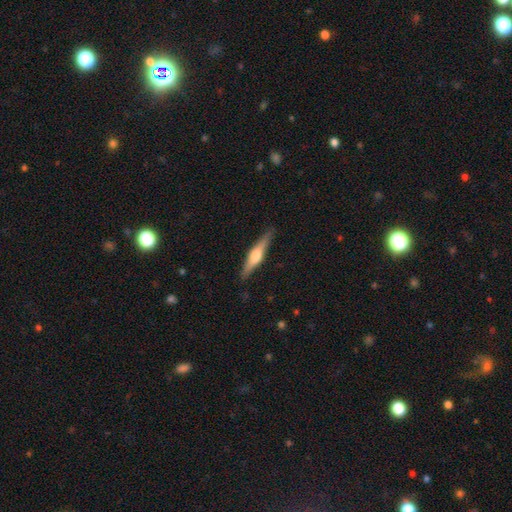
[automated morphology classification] Q: Smooth or featured?
A: featured or disk (60%); runner-up: smooth (35%)
Q: Edge-on disk?
A: yes (96%); runner-up: no (4%)
Q: Edge-on bulge?
A: rounded (87%); runner-up: boxy (8%)
Q: Merging?
A: none (88%); runner-up: minor disturbance (9%)